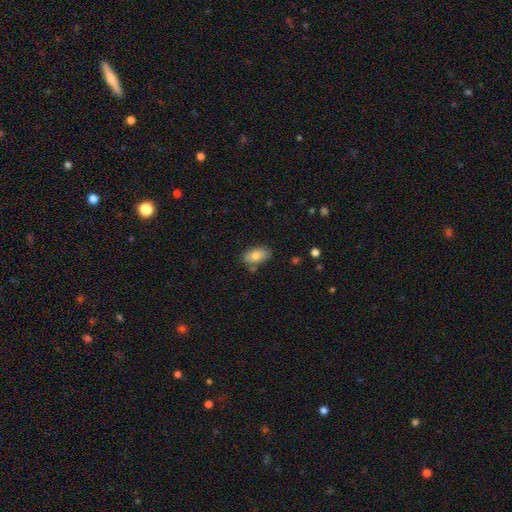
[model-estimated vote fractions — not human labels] Morphology: type=smooth (78%); roundness=in between (92%); merging=none (76%).